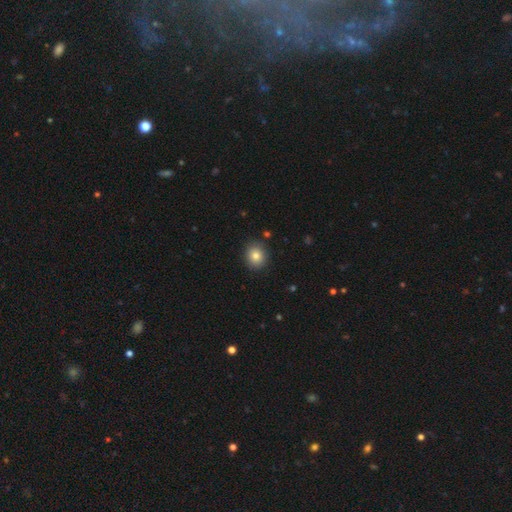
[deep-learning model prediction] smooth 82%, star or artifact 10%, featured or disk 8%. Down the decision tree: how rounded — round (80%); merging — none (89%).